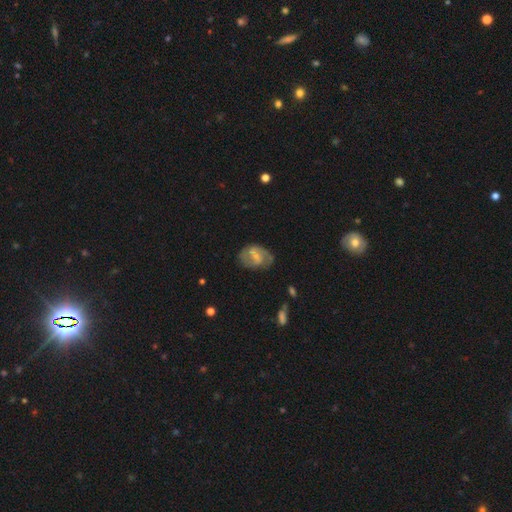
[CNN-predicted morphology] type=featured or disk (62%); edge-on=no (96%); bar=weak (50%); spiral arms=yes (74%); bulge=small (52%); merging=none (61%).